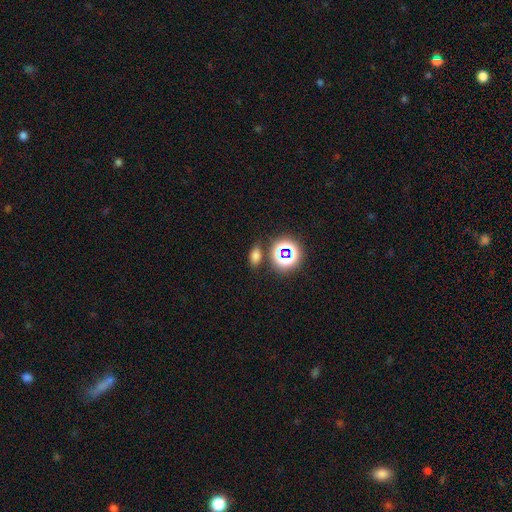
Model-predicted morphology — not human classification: smooth-or-featured: smooth: 68% | star or artifact: 25% | featured or disk: 7%
  how-rounded: in between: 79% | round: 17% | cigar-shaped: 4%
  merging: none: 79% | minor disturbance: 11% | merger: 7% | major disturbance: 4%